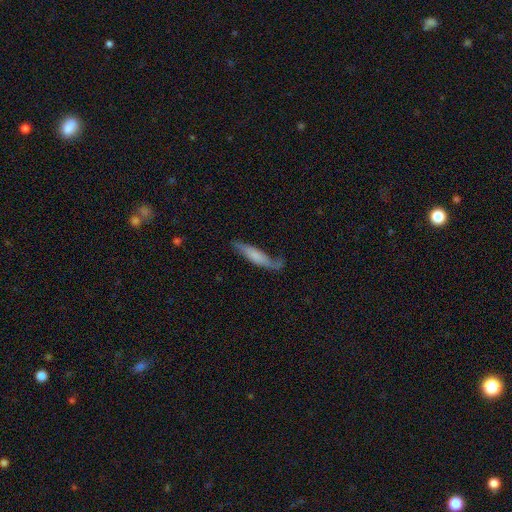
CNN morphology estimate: This is possibly a smooth galaxy (56%). How rounded: likely cigar-shaped (76%). Merging: possibly none (50%).